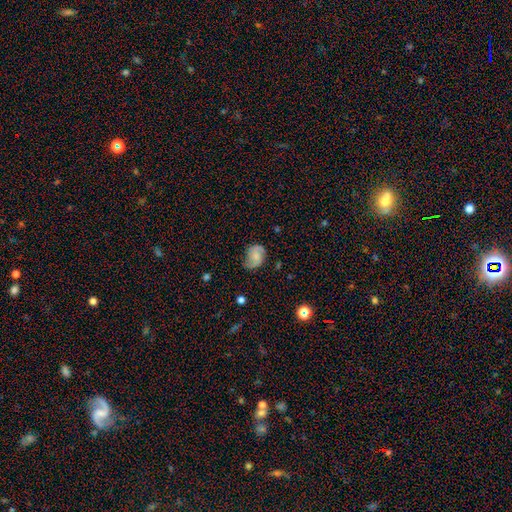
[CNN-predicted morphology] smooth-or-featured: featured or disk: 55% | smooth: 36% | star or artifact: 9%
  disk-edge-on: no: 98% | yes: 2%
    bar: no: 61% | weak: 33% | strong: 6%
    has-spiral-arms: yes: 92% | no: 8%
    bulge-size: none: 40% | small: 29% | moderate: 22% | large: 7% | dominant: 2%
  merging: none: 63% | minor disturbance: 26% | major disturbance: 9% | merger: 2%